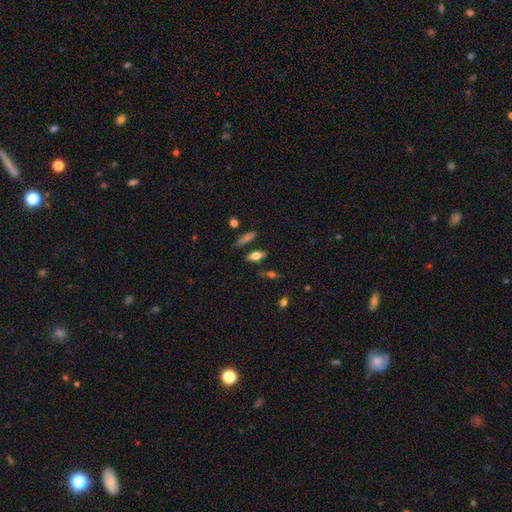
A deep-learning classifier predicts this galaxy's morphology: This is likely a smooth galaxy (63%). How rounded: likely in between (61%). Merging: likely none (77%).